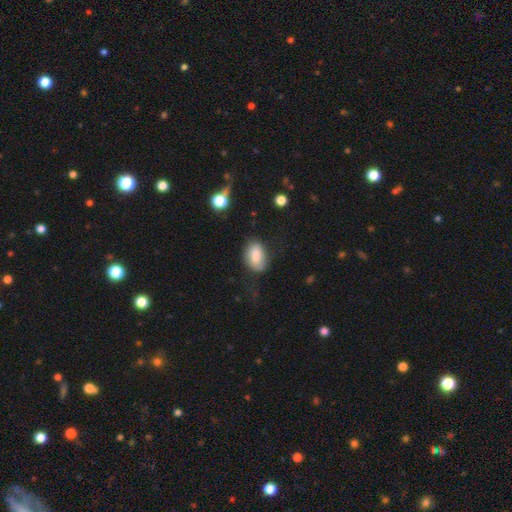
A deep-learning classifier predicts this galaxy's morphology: Smooth or featured? smooth (81%)
How rounded? in between (87%)
Merging? none (61%)